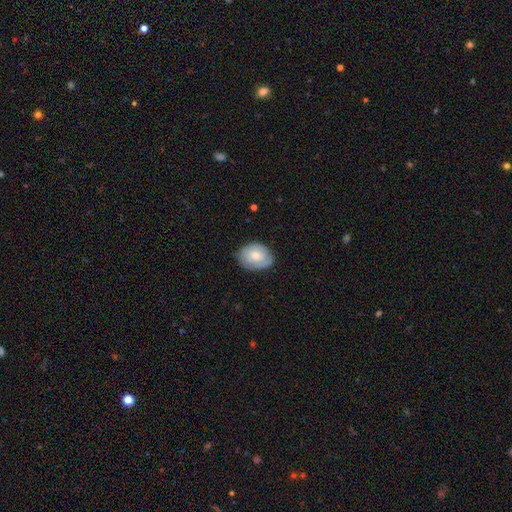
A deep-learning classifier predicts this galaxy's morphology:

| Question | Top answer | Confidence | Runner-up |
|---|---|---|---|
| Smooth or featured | smooth | 62% | featured or disk (32%) |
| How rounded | in between | 69% | round (30%) |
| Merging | none | 73% | minor disturbance (22%) |